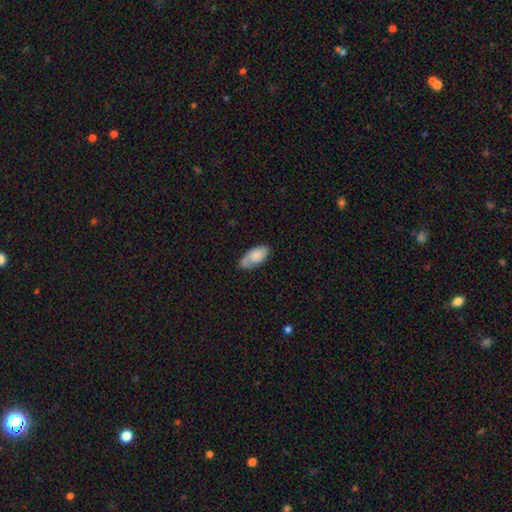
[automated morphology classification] A smooth galaxy with no disk features (75%) that is in between round and cigar-shaped (91%).

Vote fractions:
- Smooth or featured? smooth: 75% / featured or disk: 18% / star or artifact: 6%
- How rounded? in between: 91% / cigar-shaped: 7% / round: 2%
- Merging? none: 62% / minor disturbance: 28% / major disturbance: 7% / merger: 3%